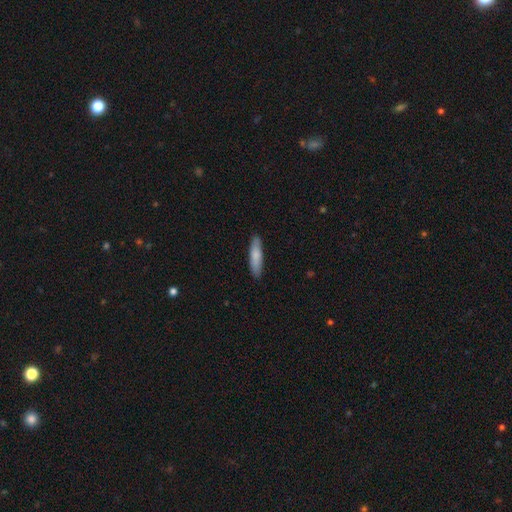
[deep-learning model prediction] Morphology: type=smooth (80%); roundness=cigar-shaped (81%); merging=none (88%).